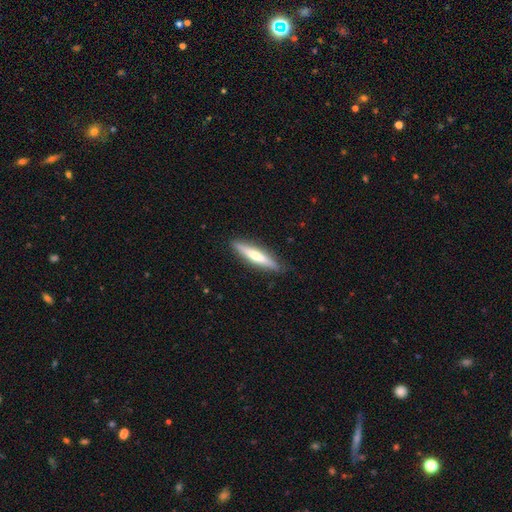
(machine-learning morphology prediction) Smooth or featured: smooth — 51% (featured or disk — 43%)
How rounded: cigar-shaped — 87% (in between — 11%)
Merging: none — 88% (minor disturbance — 9%)